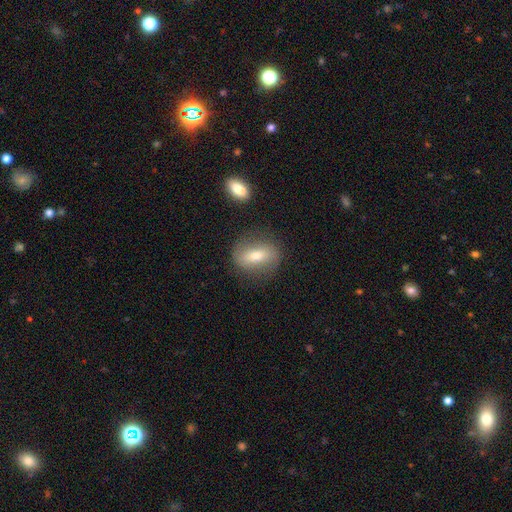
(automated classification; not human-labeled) Morphology: type=smooth (62%); roundness=in between (69%); merging=none (78%).